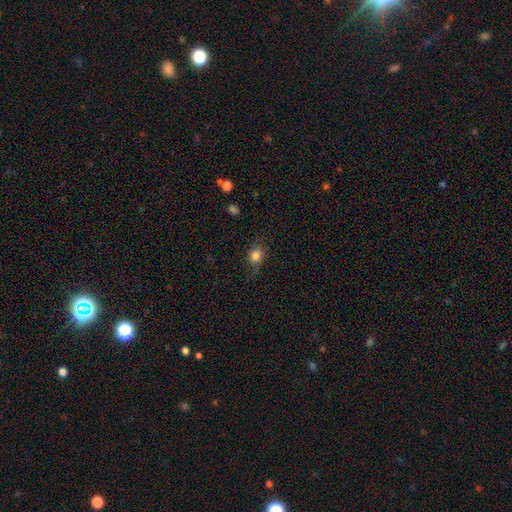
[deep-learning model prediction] This is likely a smooth galaxy (79%). How rounded: possibly round (50%). Merging: likely none (62%).